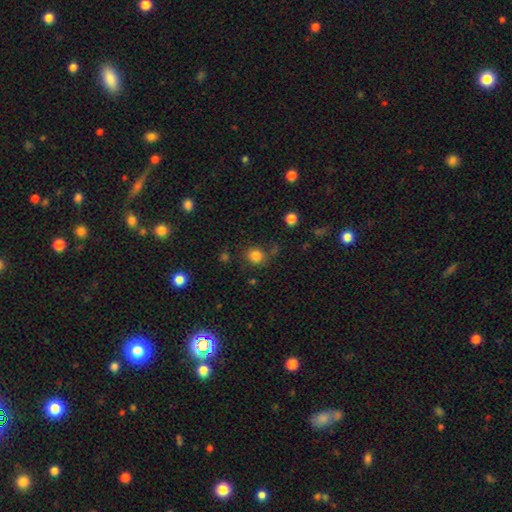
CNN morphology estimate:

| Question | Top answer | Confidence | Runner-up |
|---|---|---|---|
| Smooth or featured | smooth | 81% | star or artifact (13%) |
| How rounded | round | 80% | in between (19%) |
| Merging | none | 73% | minor disturbance (14%) |